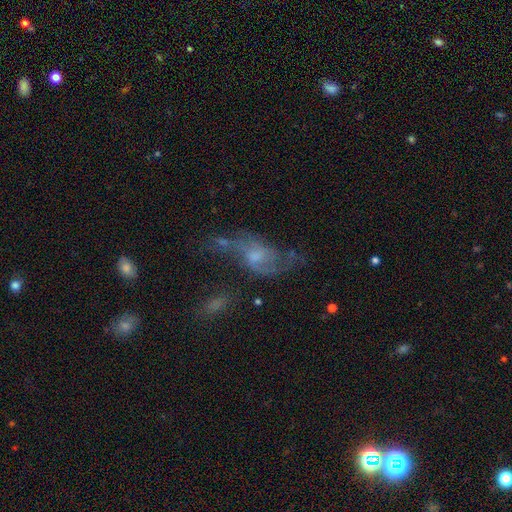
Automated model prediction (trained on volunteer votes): A featured or disk galaxy (67%) with no bar (55%), spiral arms (76%) and a moderate central bulge (39%, tied with small).

Vote fractions:
- Smooth or featured? featured or disk: 67% / smooth: 22% / star or artifact: 11%
- Edge-on disk? no: 93% / yes: 7%
- Bar? no: 55% / weak: 38% / strong: 7%
- Spiral arms? yes: 76% / no: 24%
- Bulge size? moderate: 39% (tied) / small: 39% (tied) / none: 14% / large: 6% / dominant: 2%
- Merging? none: 37% / major disturbance: 29% / minor disturbance: 21% / merger: 12%